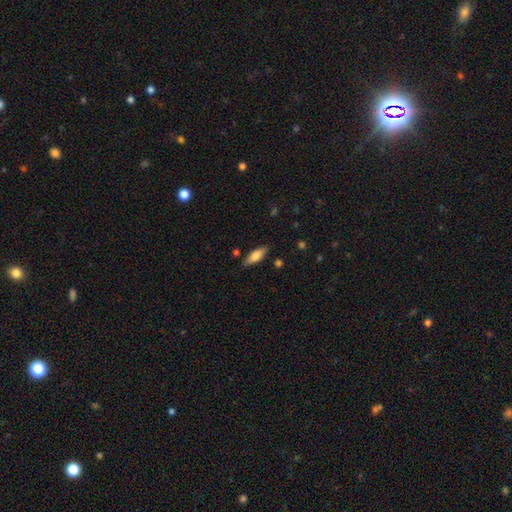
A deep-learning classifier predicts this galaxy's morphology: smooth_or_featured: smooth (p=0.72) [alt: featured or disk p=0.21]
how_rounded: in between (p=0.63) [alt: cigar-shaped p=0.35]
merging: none (p=0.82) [alt: minor disturbance p=0.13]